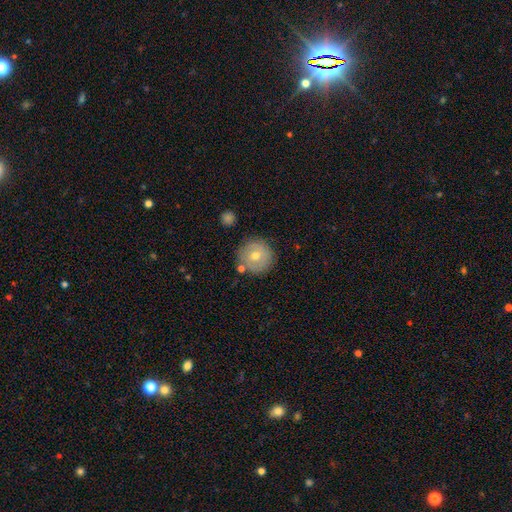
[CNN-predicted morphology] This appears to be a smooth galaxy with no disk features (63%) that is round (95%). Merging: none (83%).